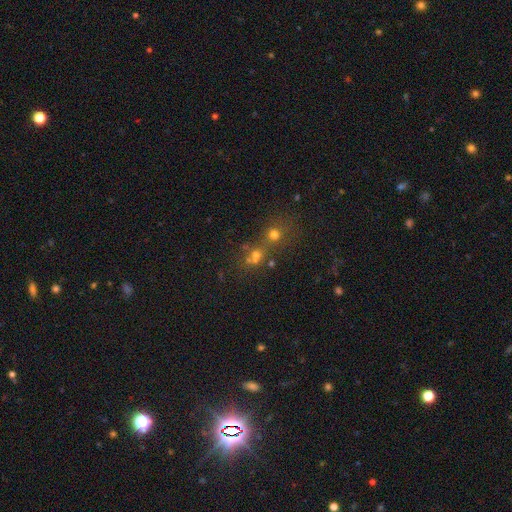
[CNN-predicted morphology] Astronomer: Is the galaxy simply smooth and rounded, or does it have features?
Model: smooth — 56%.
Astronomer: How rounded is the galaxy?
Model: round — 79%.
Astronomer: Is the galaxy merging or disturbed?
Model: merger — 46% (runner-up: none, 41%).